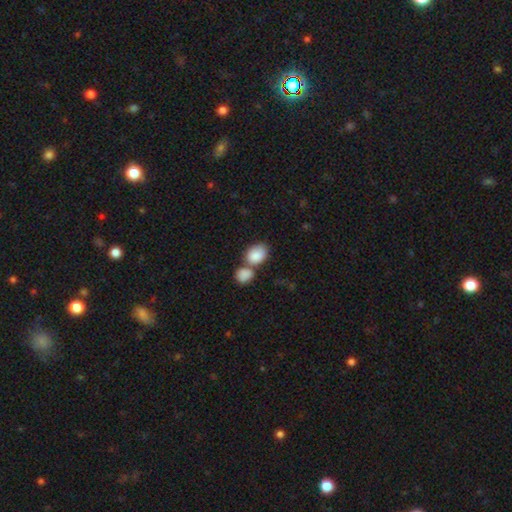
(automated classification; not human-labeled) This is clearly a smooth galaxy (86%). How rounded: likely in between (74%). Merging: possibly merger (53%).